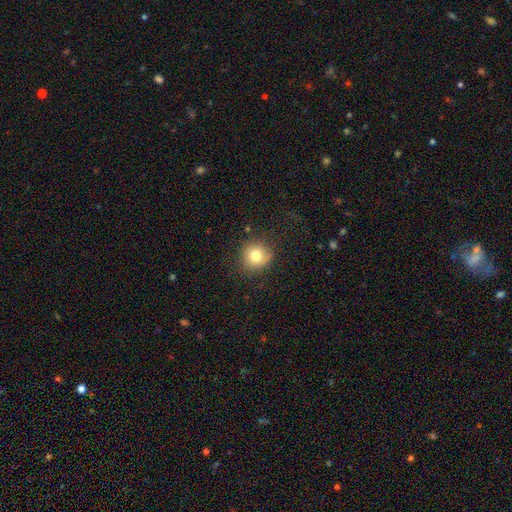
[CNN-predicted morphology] This appears to be a smooth galaxy with no disk features (78%) that is round (89%). Merging: none (80%).